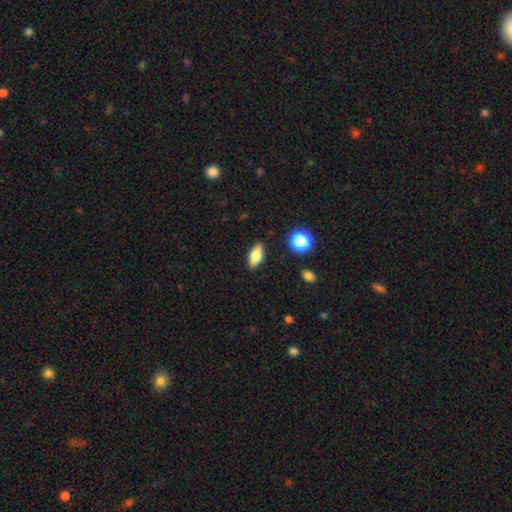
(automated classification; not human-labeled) Smooth or featured? smooth (71%)
How rounded? in between (79%)
Merging? none (87%)